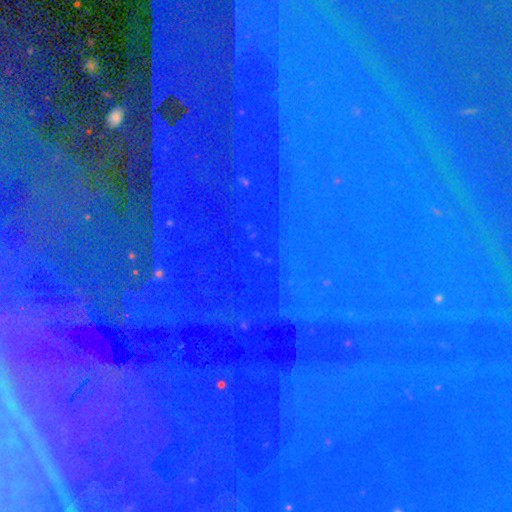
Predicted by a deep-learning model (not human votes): A star or artifact, not a galaxy (87%).

Vote fractions:
- Smooth or featured? star or artifact: 87% / featured or disk: 7% / smooth: 6%